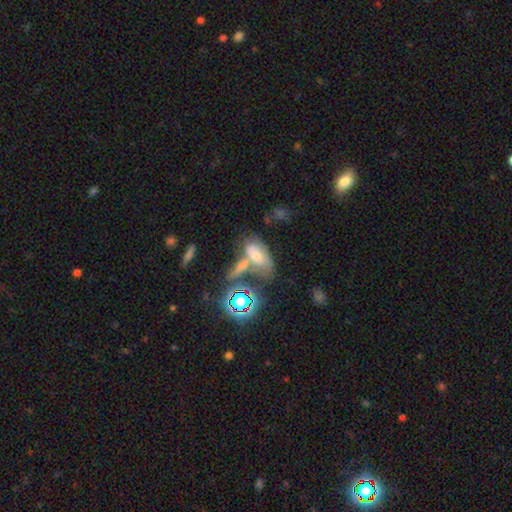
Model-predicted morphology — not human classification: type=featured or disk (38%); merging=none (38%, tied with merger).